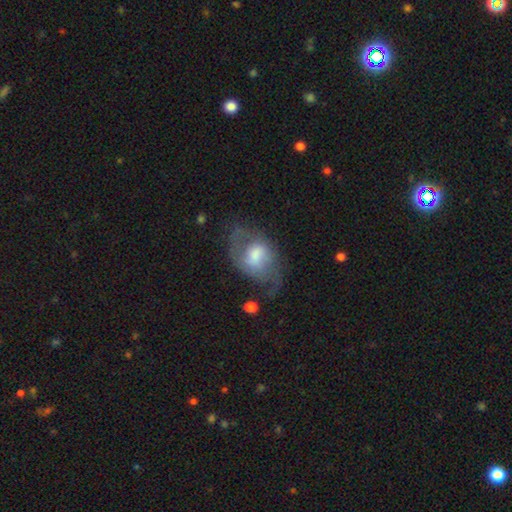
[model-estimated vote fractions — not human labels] Smooth or featured? Predicted: featured or disk (p=0.59). Edge-on disk? Predicted: no (p=0.96). Bar? Predicted: no (p=0.50). Spiral arms? Predicted: yes (p=0.77). Bulge size? Predicted: moderate (p=0.38). Merging? Predicted: none (p=0.42).